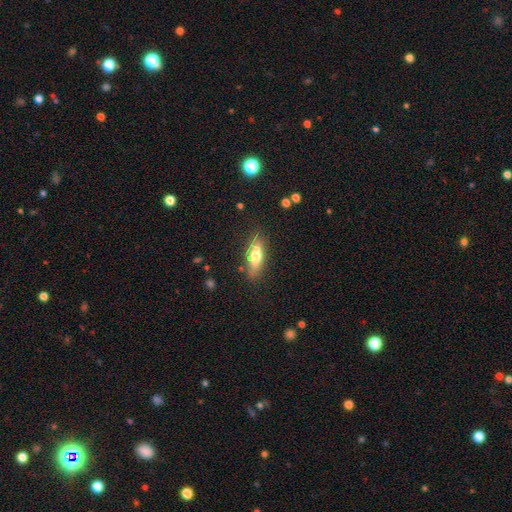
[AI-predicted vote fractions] Smooth or featured? Predicted: smooth (p=0.64). How rounded? Predicted: in between (p=0.58). Merging? Predicted: none (p=0.81).